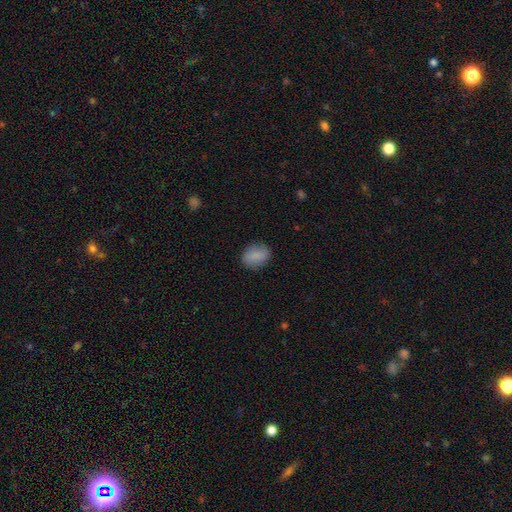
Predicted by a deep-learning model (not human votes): Smooth or featured? Predicted: smooth (p=0.84). How rounded? Predicted: in between (p=0.58). Merging? Predicted: none (p=0.85).